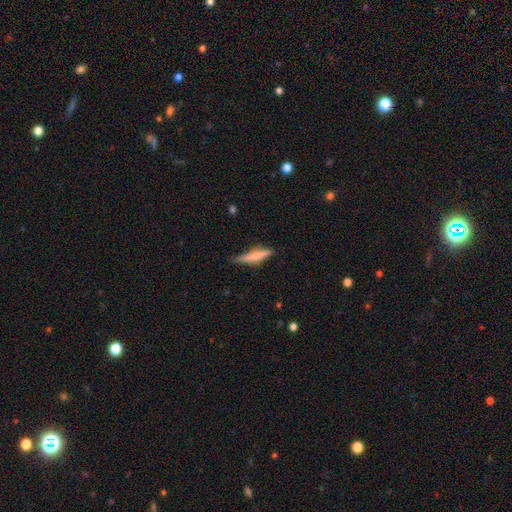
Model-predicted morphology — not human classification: Smooth or featured?
  - smooth: 64% *
  - featured or disk: 29%
  - star or artifact: 6%
How rounded?
  - cigar-shaped: 86% *
  - in between: 12%
  - round: 2%
Merging?
  - none: 69% *
  - minor disturbance: 24%
  - major disturbance: 5%
  - merger: 2%